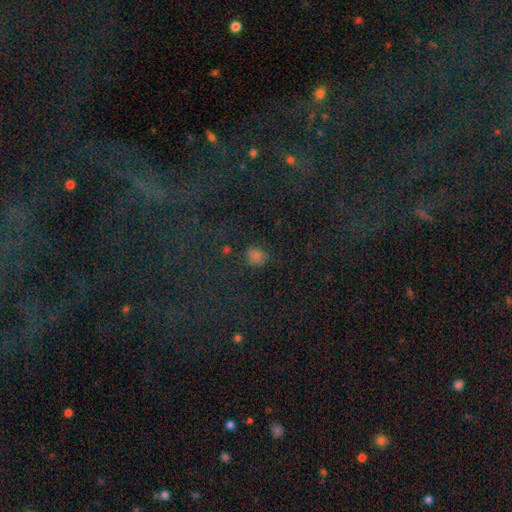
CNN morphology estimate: The model was most divided on "smooth or featured": smooth: 65%, star or artifact: 29%, featured or disk: 6%. More confident: merging — none (80%); how rounded — round (73%).